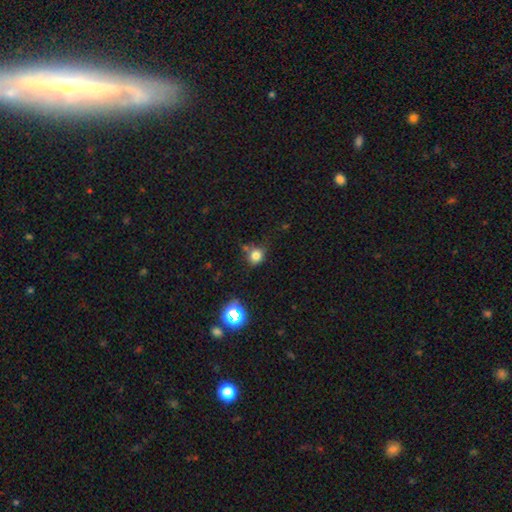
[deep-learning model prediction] Smooth or featured: smooth — 77% (star or artifact — 16%)
How rounded: round — 78% (in between — 21%)
Merging: none — 65% (minor disturbance — 19%)